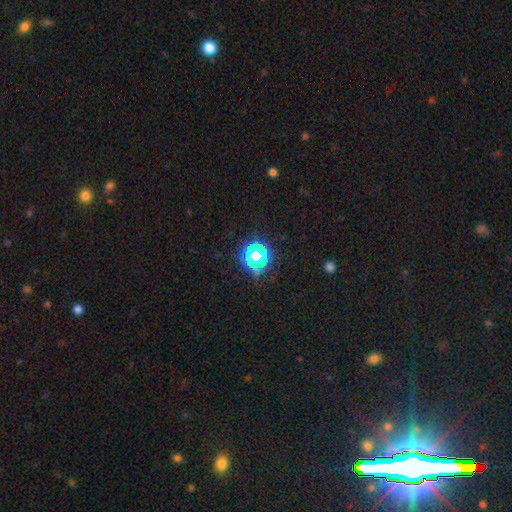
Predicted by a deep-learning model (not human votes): Smooth or featured? star or artifact (65%)